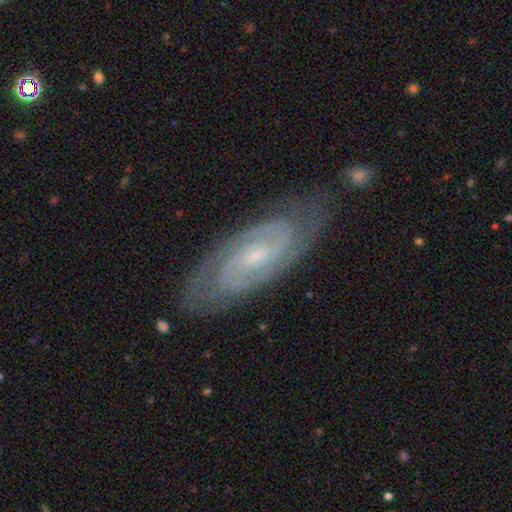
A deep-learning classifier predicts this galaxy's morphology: featured or disk 90%, star or artifact 5%, smooth 5%. Down the decision tree: edge-on disk — no (95%); bar — weak (47%); spiral arms — yes (98%); spiral arm count — 2 (85%); spiral winding — tight (68%); bulge size — small (64%); merging — none (81%).